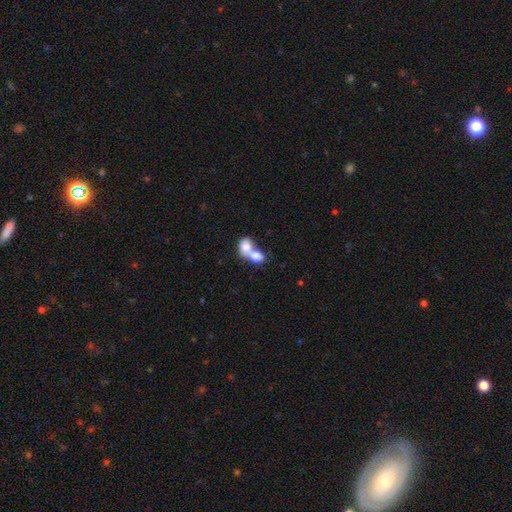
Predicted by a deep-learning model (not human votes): Smooth or featured? smooth (76%)
How rounded? in between (57%)
Merging? merger (77%)